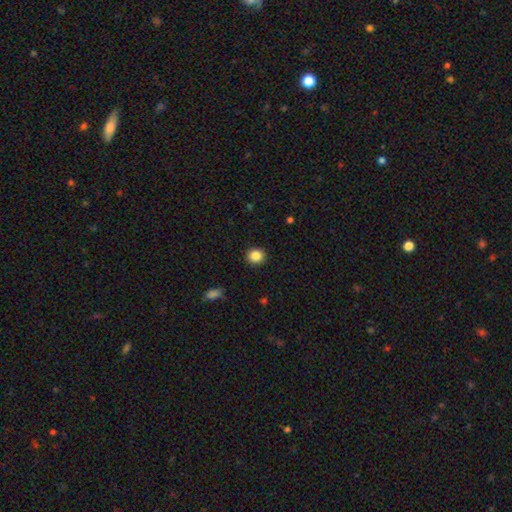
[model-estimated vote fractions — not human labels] smooth 85%, star or artifact 10%, featured or disk 4%. Down the decision tree: how rounded — round (88%); merging — none (91%).